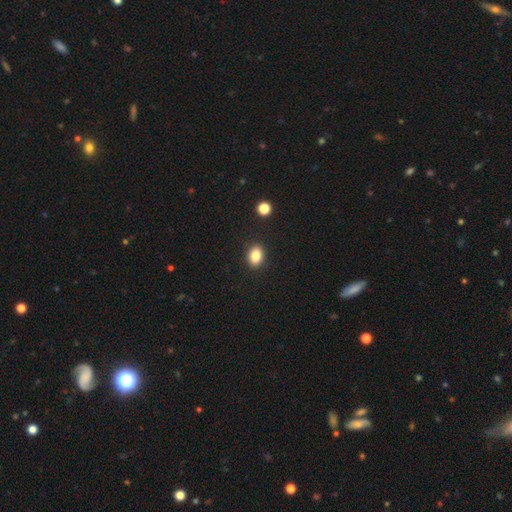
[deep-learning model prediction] smooth-or-featured: smooth: 85% | star or artifact: 10% | featured or disk: 6%
  how-rounded: in between: 70% | round: 28% | cigar-shaped: 1%
  merging: none: 89% | minor disturbance: 7% | major disturbance: 2% | merger: 2%